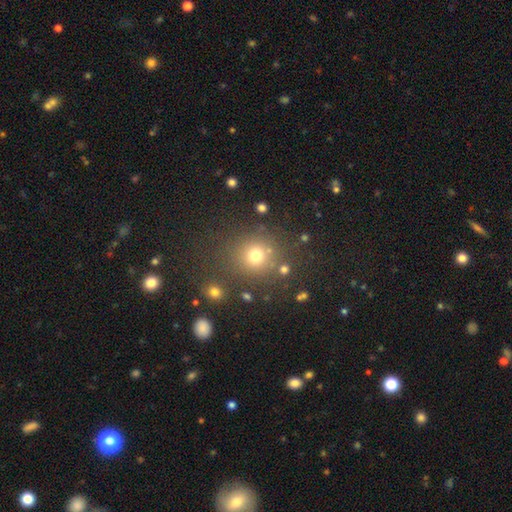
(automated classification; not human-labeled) Smooth or featured: smooth — 74% (star or artifact — 19%)
How rounded: round — 88% (in between — 11%)
Merging: none — 78% (minor disturbance — 10%)